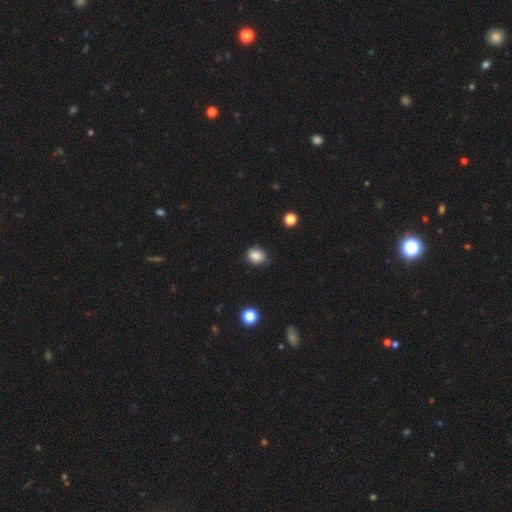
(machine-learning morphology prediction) This is clearly a smooth galaxy (85%). How rounded: possibly round (54%). Merging: likely none (73%).